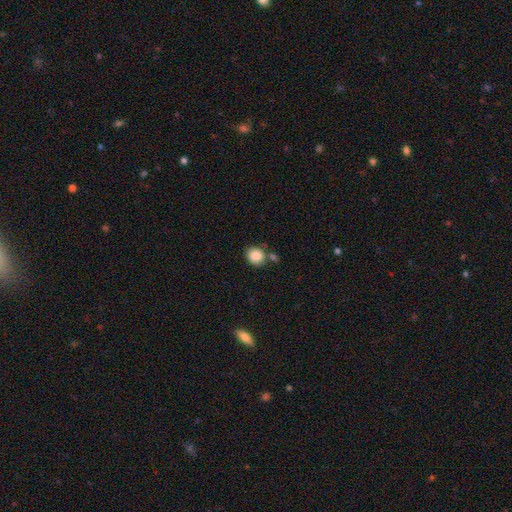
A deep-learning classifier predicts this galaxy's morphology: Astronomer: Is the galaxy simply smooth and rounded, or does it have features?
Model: smooth — 86%.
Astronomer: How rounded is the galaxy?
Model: round — 77%.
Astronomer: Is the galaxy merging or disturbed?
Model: none — 63%.